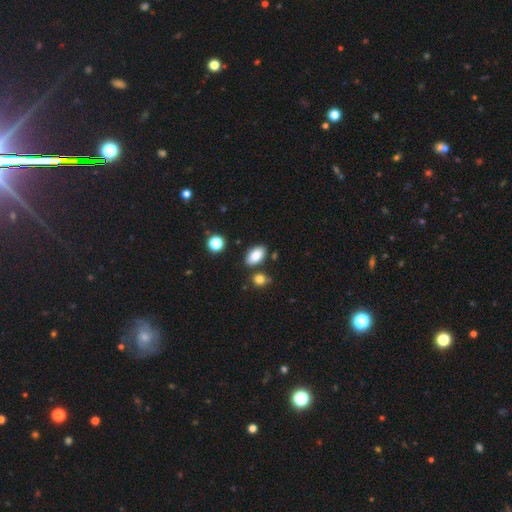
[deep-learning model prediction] The model was most divided on "merging": none: 82%, minor disturbance: 11%, merger: 5%, major disturbance: 3%. More confident: how rounded — in between (92%); smooth or featured — smooth (86%).